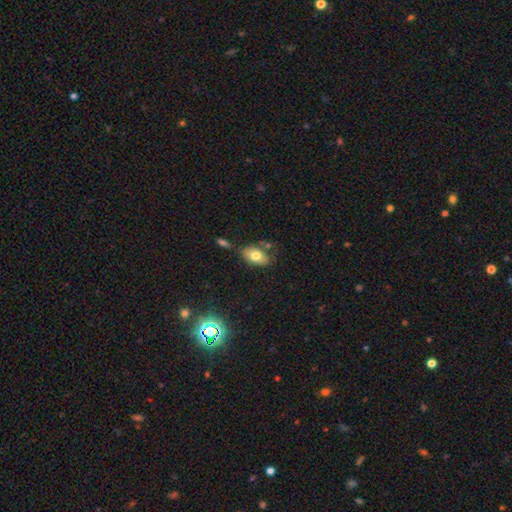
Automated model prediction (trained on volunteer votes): A smooth galaxy with no disk features (75%) that is in between round and cigar-shaped (90%).

Vote fractions:
- Smooth or featured? smooth: 75% / featured or disk: 17% / star or artifact: 9%
- How rounded? in between: 90% / round: 8% / cigar-shaped: 3%
- Merging? none: 67% / minor disturbance: 18% / merger: 10% / major disturbance: 5%